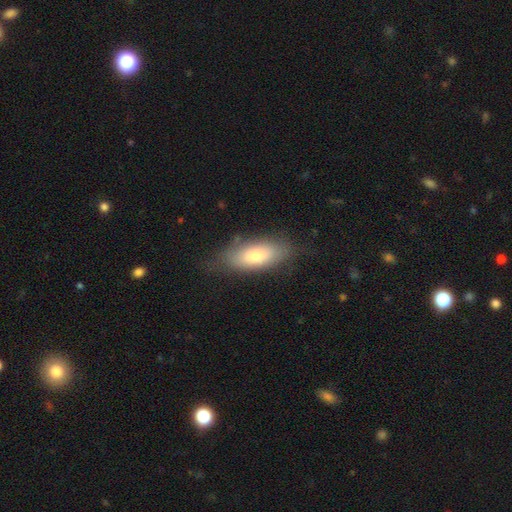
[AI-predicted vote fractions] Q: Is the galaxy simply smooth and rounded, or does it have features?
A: smooth — 73%.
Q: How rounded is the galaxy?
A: in between — 78%.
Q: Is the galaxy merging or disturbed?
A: none — 74%.